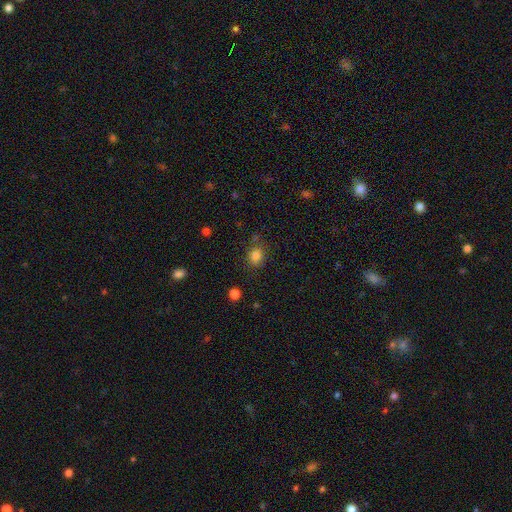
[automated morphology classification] Smooth or featured? smooth (82%)
How rounded? round (68%)
Merging? none (75%)